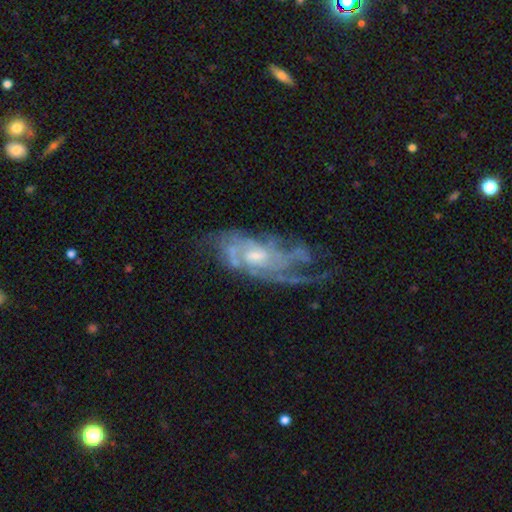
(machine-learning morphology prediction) Smooth or featured? featured or disk (84%)
Edge-on disk? no (94%)
Bar? no (58%)
Spiral arms? yes (90%)
Spiral winding? tight (41%, tied with medium)
Spiral arm count? can't tell (37%)
Bulge size? moderate (48%)
Merging? none (42%)